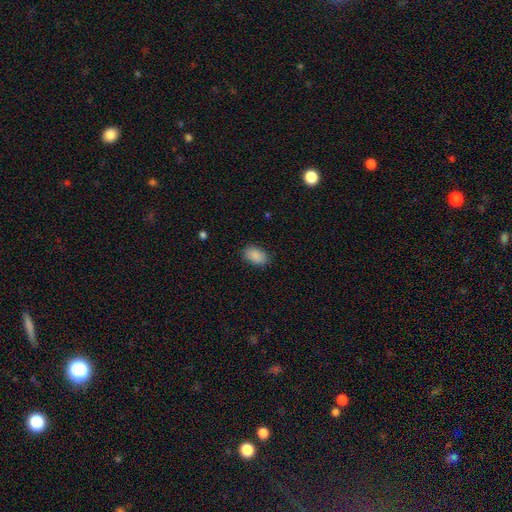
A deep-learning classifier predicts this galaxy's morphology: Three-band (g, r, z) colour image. It shows a smooth galaxy with no disk features (89%) that is in between round and cigar-shaped (89%). Merging: none (84%).